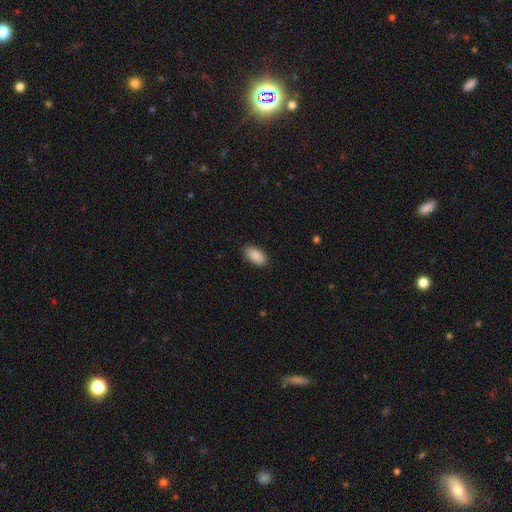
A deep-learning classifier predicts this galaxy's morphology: Smooth or featured?
  - smooth: 90% *
  - star or artifact: 6%
  - featured or disk: 4%
How rounded?
  - in between: 94% *
  - cigar-shaped: 4%
  - round: 2%
Merging?
  - none: 88% *
  - minor disturbance: 9%
  - major disturbance: 2%
  - merger: 1%